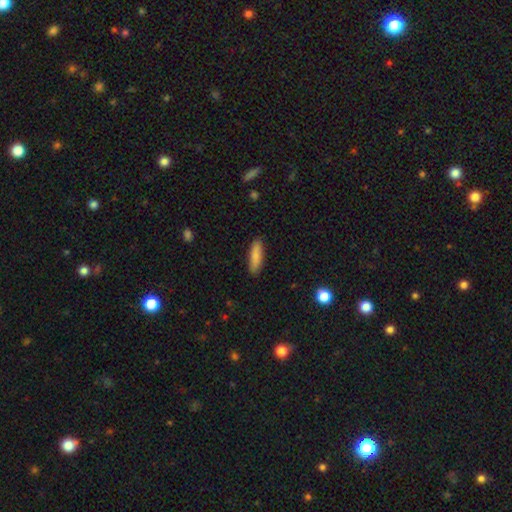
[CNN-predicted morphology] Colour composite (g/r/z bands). It shows a smooth galaxy with no disk features (86%) that is cigar-shaped (56%). Merging: none (88%).